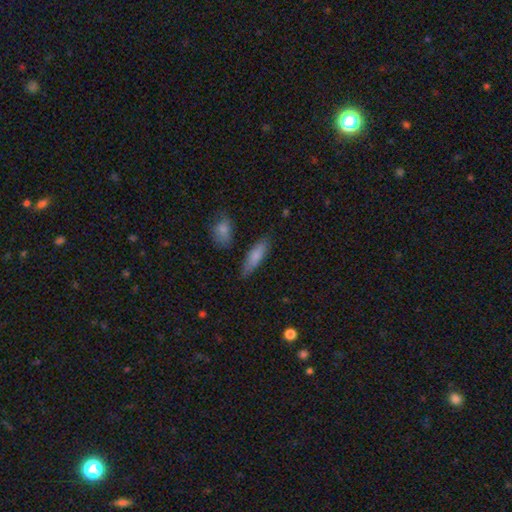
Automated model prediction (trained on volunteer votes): A smooth galaxy with no disk features (79%) that is cigar-shaped (54%).

Vote fractions:
- Smooth or featured? smooth: 79% / featured or disk: 15% / star or artifact: 6%
- How rounded? cigar-shaped: 54% / in between: 43% / round: 2%
- Merging? none: 80% / minor disturbance: 14% / merger: 3% / major disturbance: 3%